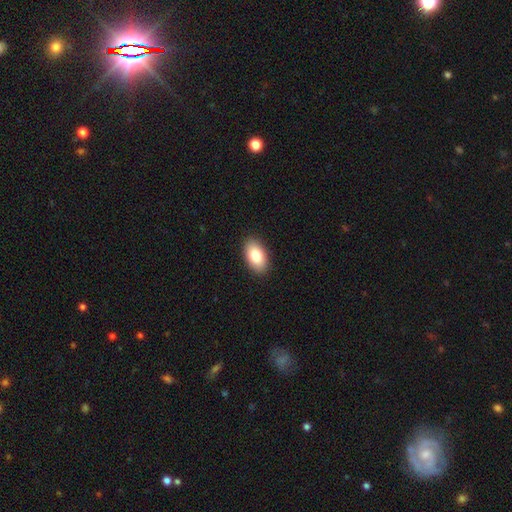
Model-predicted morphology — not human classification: type=smooth (83%); roundness=in between (94%); merging=none (90%).